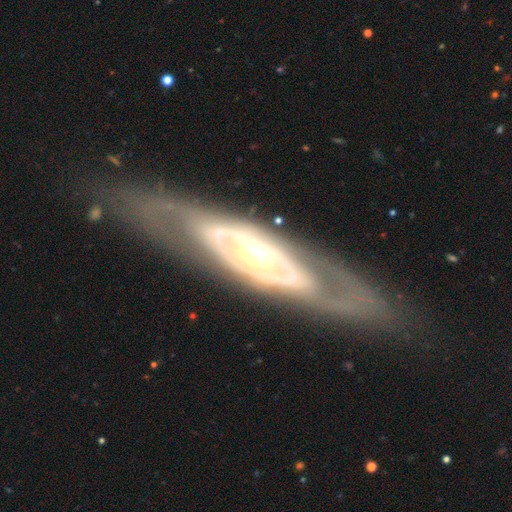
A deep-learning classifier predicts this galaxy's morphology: smooth_or_featured: featured or disk (p=0.83) [alt: smooth p=0.13]
disk_edge_on: no (p=0.71) [alt: yes p=0.29]
bar: no (p=0.67) [alt: weak p=0.18]
has_spiral_arms: no (p=0.60) [alt: yes p=0.40]
bulge_size: moderate (p=0.58) [alt: small p=0.28]
merging: none (p=0.78) [alt: minor disturbance p=0.12]